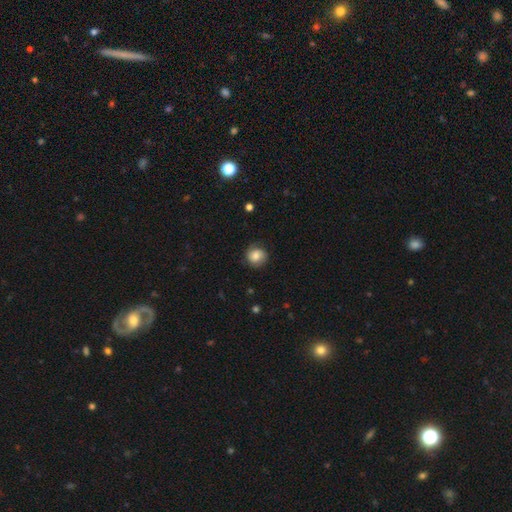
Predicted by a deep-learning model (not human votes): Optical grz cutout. It shows a smooth galaxy with no disk features (71%) that is round (87%). Merging: none (79%).